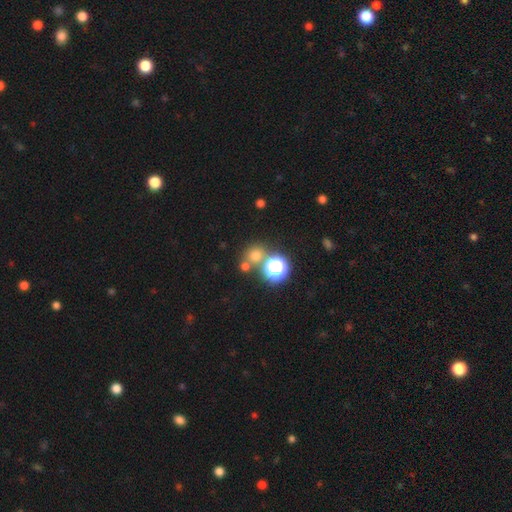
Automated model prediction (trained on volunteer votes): Morphology: type=smooth (65%); roundness=round (86%); merging=none (67%).